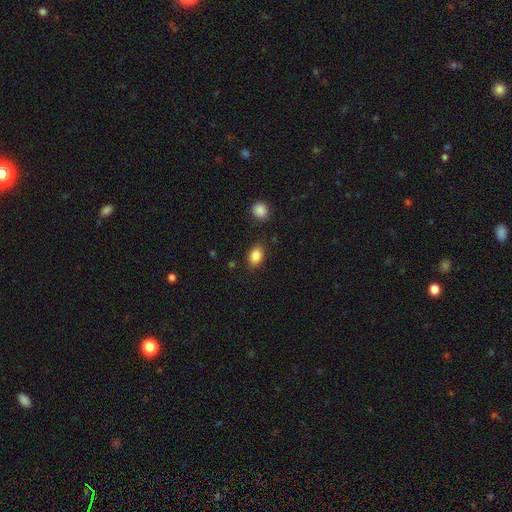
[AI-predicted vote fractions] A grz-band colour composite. It shows a smooth galaxy with no disk features (86%) that is in between round and cigar-shaped (81%). Merging: none (83%).